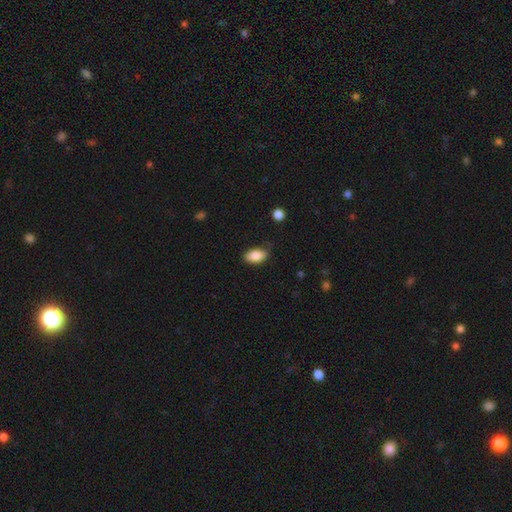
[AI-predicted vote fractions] A smooth galaxy with no disk features (86%) that is in between round and cigar-shaped (92%). Merging: none (76%).